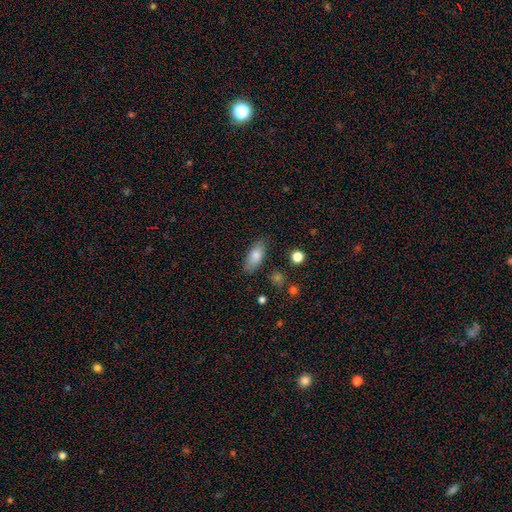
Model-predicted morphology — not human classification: A smooth galaxy with no disk features (80%) that is in between round and cigar-shaped (82%).

Vote fractions:
- Smooth or featured? smooth: 80% / featured or disk: 13% / star or artifact: 7%
- How rounded? in between: 82% / cigar-shaped: 15% / round: 3%
- Merging? none: 79% / minor disturbance: 15% / major disturbance: 4% / merger: 2%